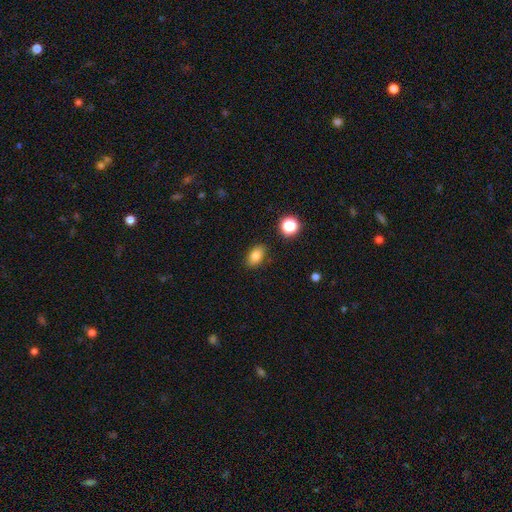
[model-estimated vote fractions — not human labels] The model was most divided on "how rounded": in between: 84%, round: 14%, cigar-shaped: 2%. More confident: merging — none (85%); smooth or featured — smooth (82%).